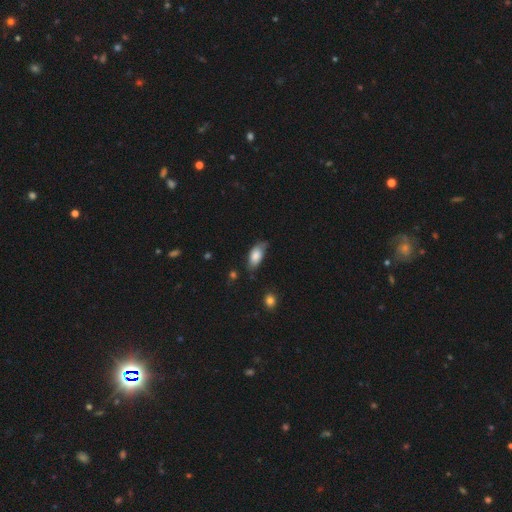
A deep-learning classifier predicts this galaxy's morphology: This is likely a smooth galaxy (80%). How rounded: clearly in between (89%). Merging: possibly none (56%).